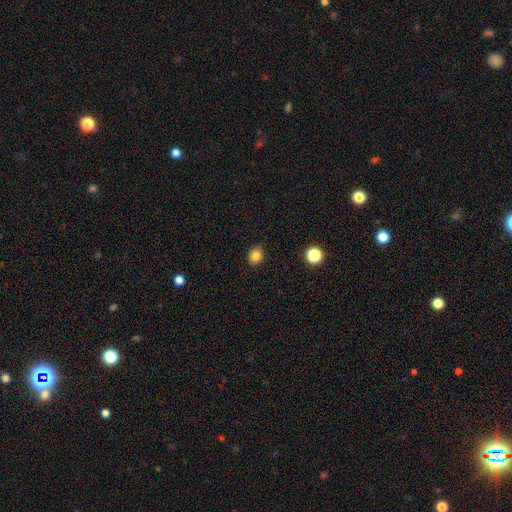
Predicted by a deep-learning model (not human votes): smooth_or_featured: smooth (p=0.82) [alt: star or artifact p=0.11]
how_rounded: in between (p=0.50) [alt: round p=0.49]
merging: none (p=0.88) [alt: minor disturbance p=0.09]